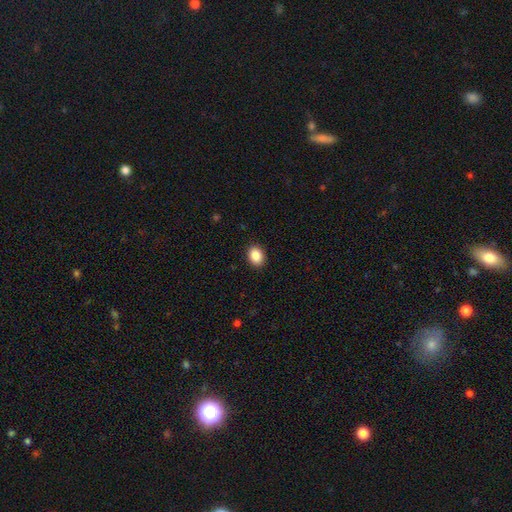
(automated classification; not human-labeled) Morphology: type=smooth (87%); roundness=in between (64%); merging=none (91%).